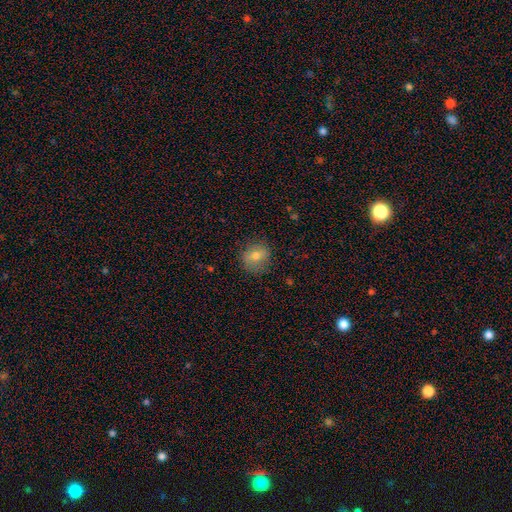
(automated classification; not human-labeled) This is likely a smooth galaxy (74%). How rounded: likely round (77%). Merging: clearly none (83%).